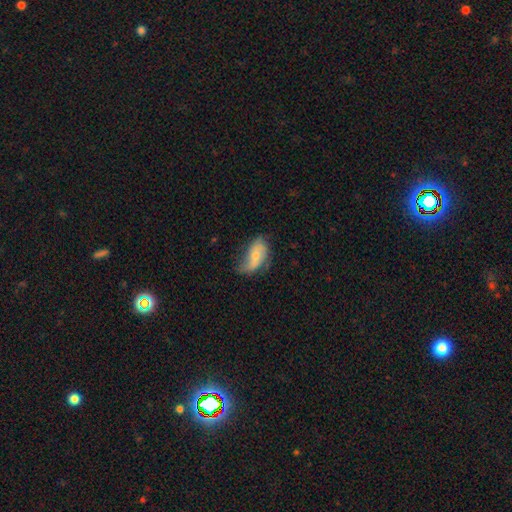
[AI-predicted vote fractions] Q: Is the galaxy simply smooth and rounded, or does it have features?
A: smooth — 55%.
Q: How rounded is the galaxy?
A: in between — 91%.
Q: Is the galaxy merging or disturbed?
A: minor disturbance — 39%.